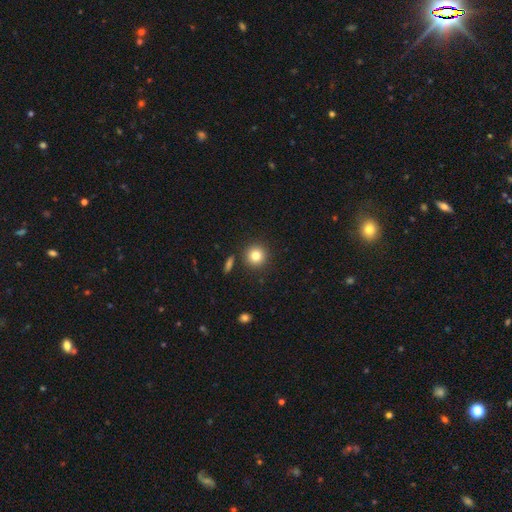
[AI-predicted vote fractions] A smooth galaxy with no disk features (82%) that is round (94%). Merging: none (88%).